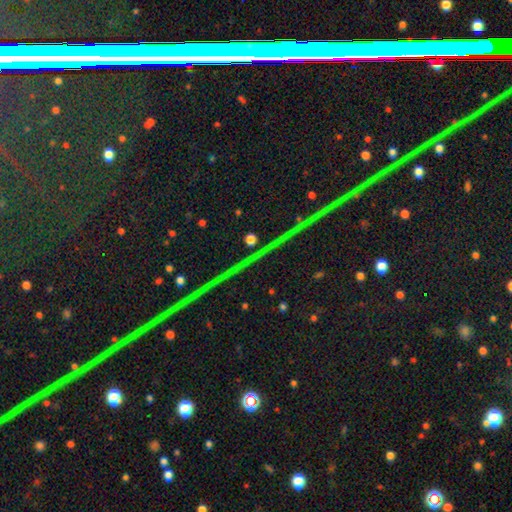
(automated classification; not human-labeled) The model was most divided on "smooth or featured": star or artifact: 86%, featured or disk: 8%, smooth: 6%.